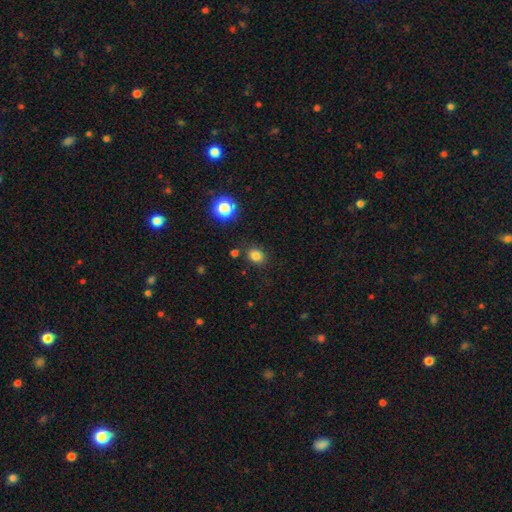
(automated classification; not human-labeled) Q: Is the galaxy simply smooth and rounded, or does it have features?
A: smooth — 81%.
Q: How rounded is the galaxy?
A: round — 51%.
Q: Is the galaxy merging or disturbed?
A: none — 81%.